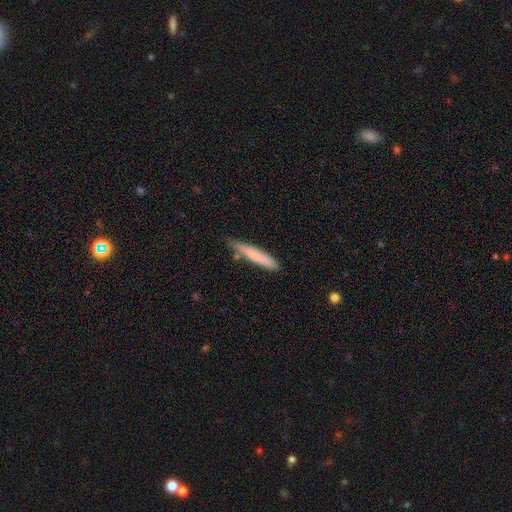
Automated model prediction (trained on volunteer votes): This appears to be a smooth galaxy with no disk features (74%) that is cigar-shaped (92%). Merging: none (69%).